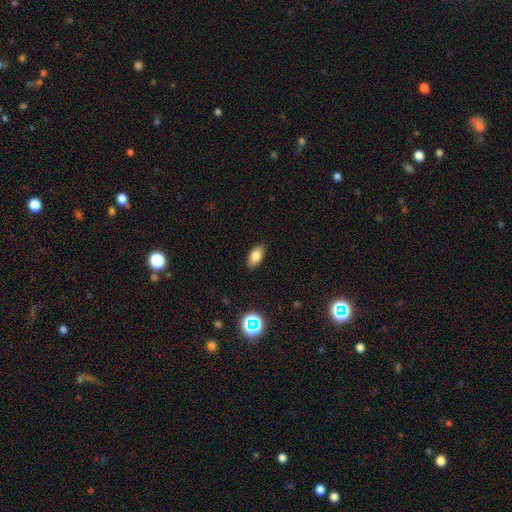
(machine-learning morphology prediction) Smooth or featured: smooth — 82% (star or artifact — 10%)
How rounded: in between — 91% (cigar-shaped — 5%)
Merging: none — 88% (minor disturbance — 9%)